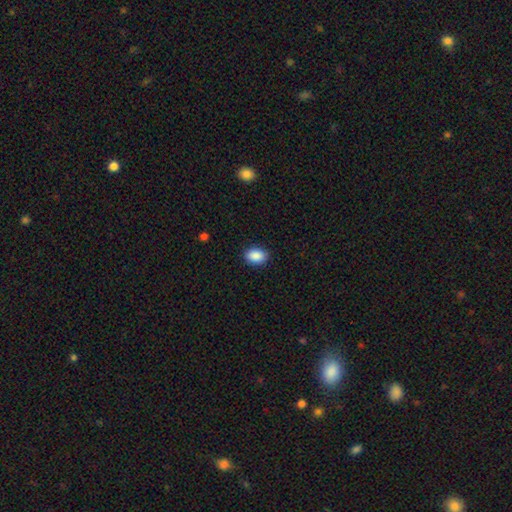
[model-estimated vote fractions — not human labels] Smooth or featured: smooth — 89% (star or artifact — 8%)
How rounded: in between — 83% (round — 16%)
Merging: none — 88% (minor disturbance — 9%)